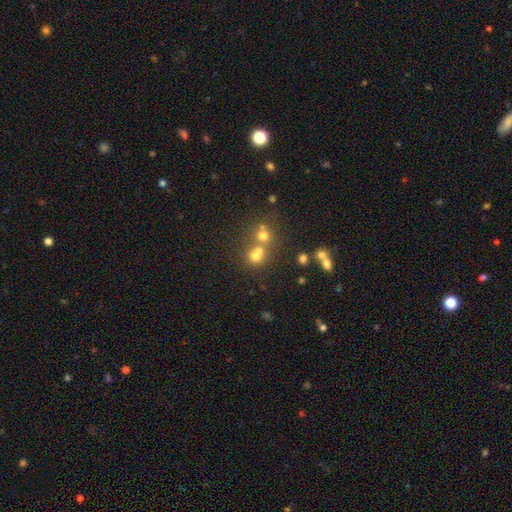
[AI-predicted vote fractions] This appears to be a smooth galaxy with no disk features (64%) that is round (81%). Merging: merger (50%).